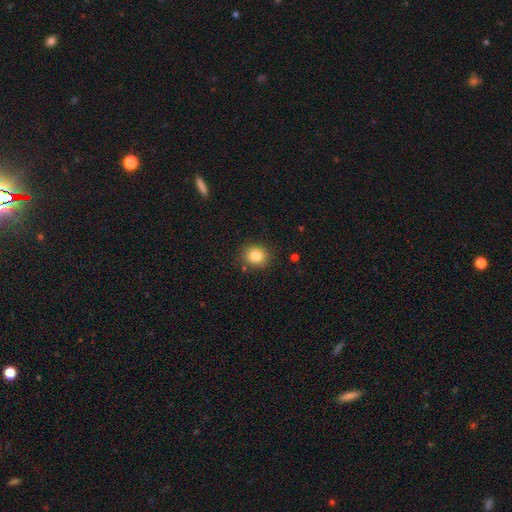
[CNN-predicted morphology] Smooth or featured?
  - smooth: 83% *
  - star or artifact: 11%
  - featured or disk: 7%
How rounded?
  - round: 78% *
  - in between: 21%
  - cigar-shaped: 1%
Merging?
  - none: 87% *
  - minor disturbance: 9%
  - major disturbance: 2%
  - merger: 2%